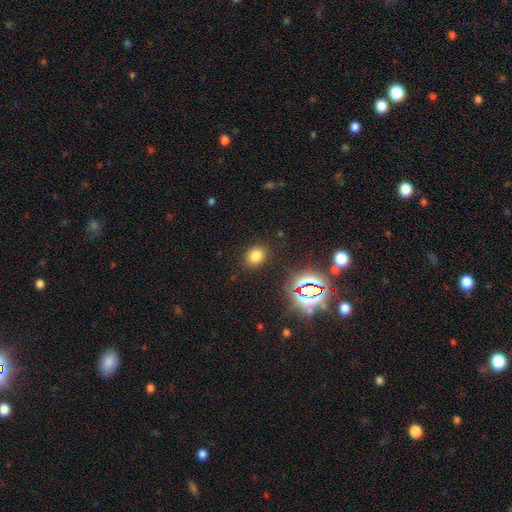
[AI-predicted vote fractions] A smooth galaxy with no disk features (74%) that is round (55%).

Vote fractions:
- Smooth or featured? smooth: 74% / star or artifact: 20% / featured or disk: 6%
- How rounded? round: 55% / in between: 44% / cigar-shaped: 1%
- Merging? none: 88% / minor disturbance: 8% / major disturbance: 3% / merger: 2%